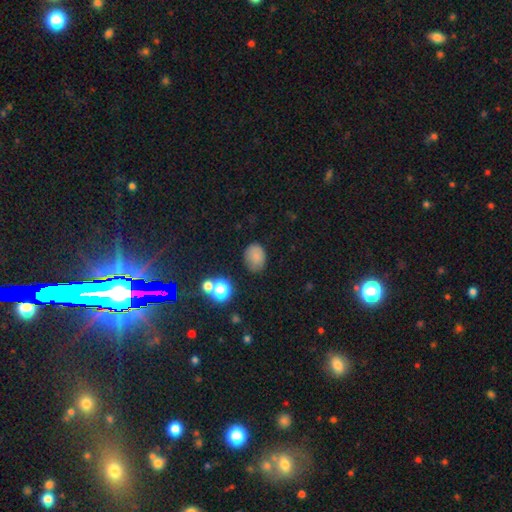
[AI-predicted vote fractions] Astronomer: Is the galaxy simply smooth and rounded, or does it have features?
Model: smooth — 76%.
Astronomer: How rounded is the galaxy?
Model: in between — 59% (runner-up: round, 40%).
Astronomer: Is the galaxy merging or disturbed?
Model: none — 72%.